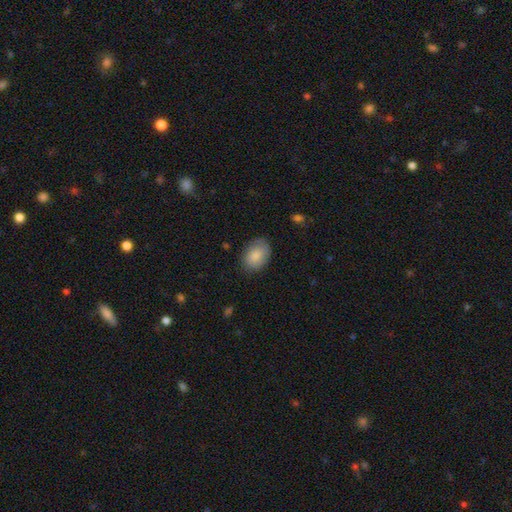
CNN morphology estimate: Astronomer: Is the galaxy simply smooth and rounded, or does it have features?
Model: smooth — 85%.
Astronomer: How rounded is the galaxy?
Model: in between — 80%.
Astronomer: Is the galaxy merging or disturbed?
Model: none — 79%.